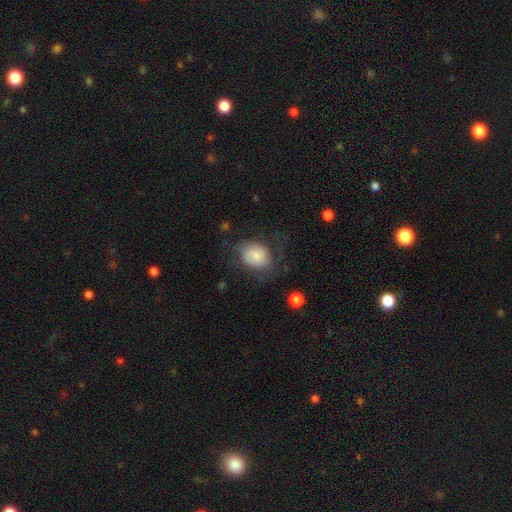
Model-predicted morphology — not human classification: Smooth or featured? Predicted: smooth (p=0.74). How rounded? Predicted: in between (p=0.52). Merging? Predicted: none (p=0.54).